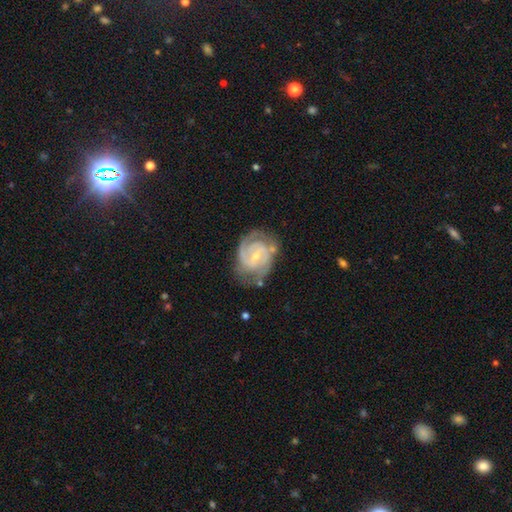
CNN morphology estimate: smooth_or_featured: featured or disk (p=0.89) [alt: smooth p=0.06]
disk_edge_on: no (p=0.98) [alt: yes p=0.02]
bar: weak (p=0.47) [alt: no p=0.41]
has_spiral_arms: yes (p=0.97) [alt: no p=0.03]
spiral_winding: tight (p=0.57) [alt: medium p=0.38]
spiral_arm_count: 2 (p=0.68) [alt: 3 p=0.16]
bulge_size: small (p=0.62) [alt: moderate p=0.34]
merging: none (p=0.66) [alt: minor disturbance p=0.22]